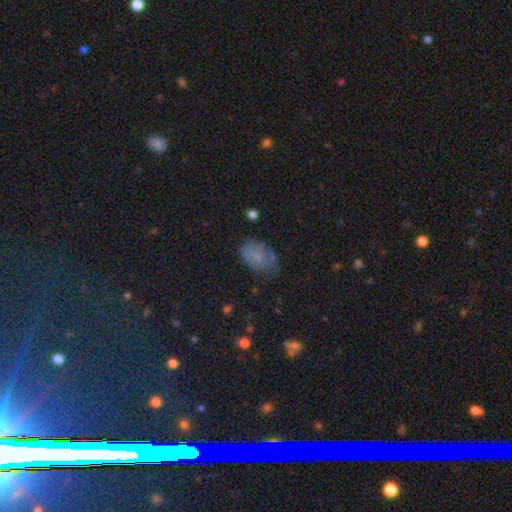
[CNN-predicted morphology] smooth 60%, featured or disk 26%, star or artifact 14%. Down the decision tree: how rounded — in between (85%); merging — none (55%).